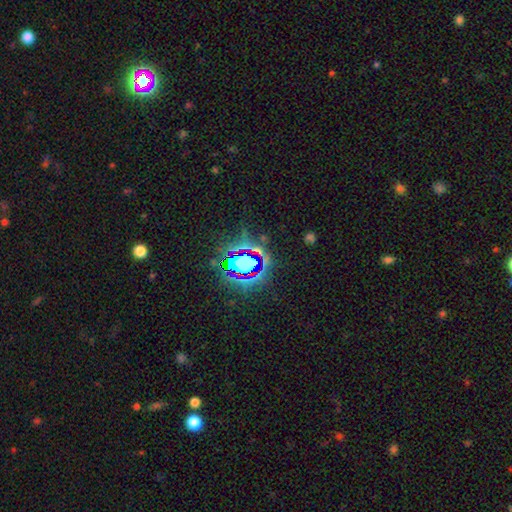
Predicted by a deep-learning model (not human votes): Smooth or featured? star or artifact (78%)